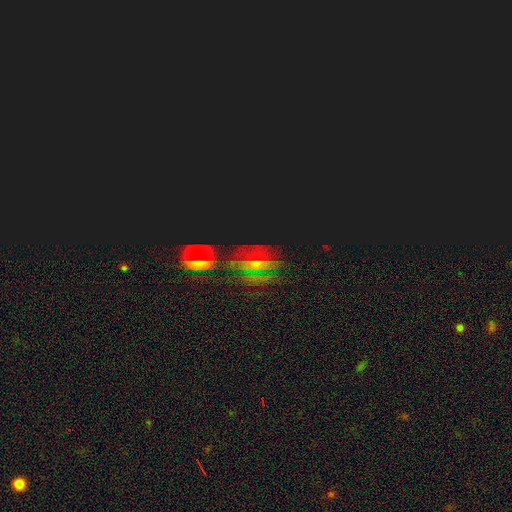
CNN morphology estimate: Smooth or featured? star or artifact (62%)